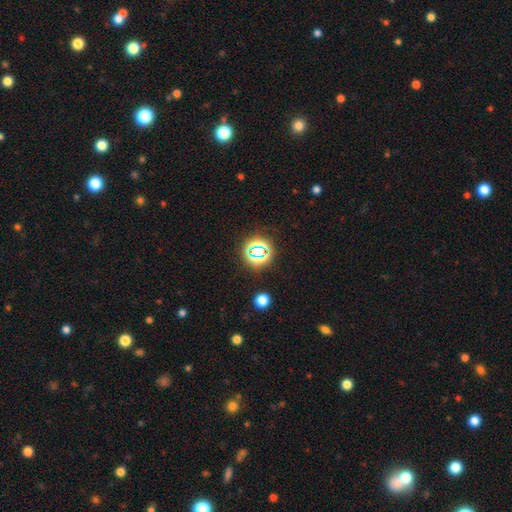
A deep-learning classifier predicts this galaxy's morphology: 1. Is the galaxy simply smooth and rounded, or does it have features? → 66% star or artifact, 23% smooth, 10% featured or disk.